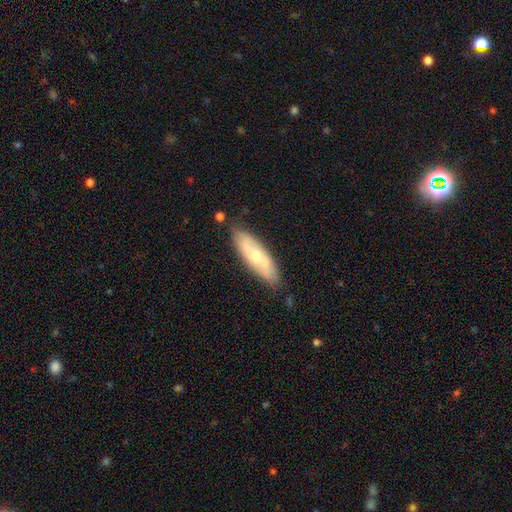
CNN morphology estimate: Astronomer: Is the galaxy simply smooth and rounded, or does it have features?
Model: featured or disk — 55% (runner-up: smooth, 39%).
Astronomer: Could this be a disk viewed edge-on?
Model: no — 73%.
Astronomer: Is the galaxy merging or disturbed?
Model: none — 80%.